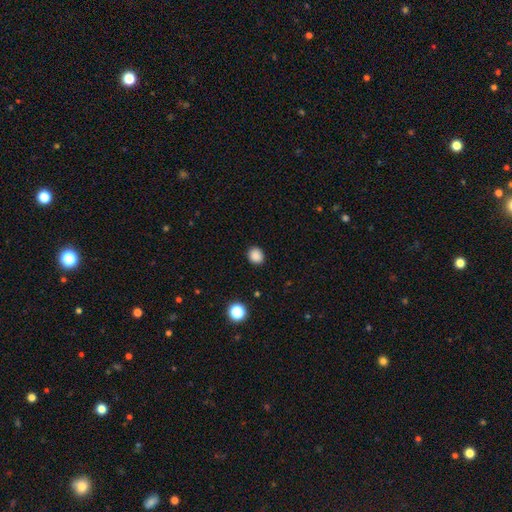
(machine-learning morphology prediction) The model was most divided on "how rounded": round: 69%, in between: 30%, cigar-shaped: 1%. More confident: merging — none (89%); smooth or featured — smooth (86%).